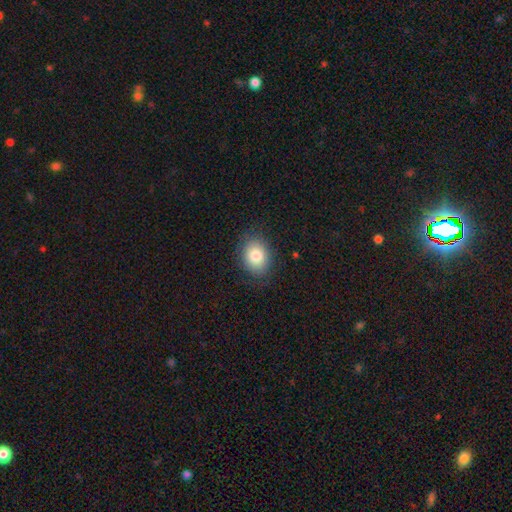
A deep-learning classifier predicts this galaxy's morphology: Smooth or featured: smooth — 81% (featured or disk — 10%)
How rounded: in between — 56% (round — 43%)
Merging: none — 83% (minor disturbance — 12%)